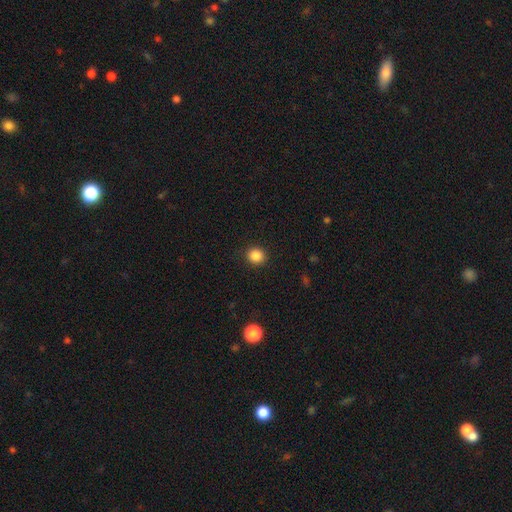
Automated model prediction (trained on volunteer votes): Q: Smooth or featured?
A: smooth (87%); runner-up: star or artifact (10%)
Q: How rounded?
A: round (85%); runner-up: in between (14%)
Q: Merging?
A: none (91%); runner-up: minor disturbance (6%)